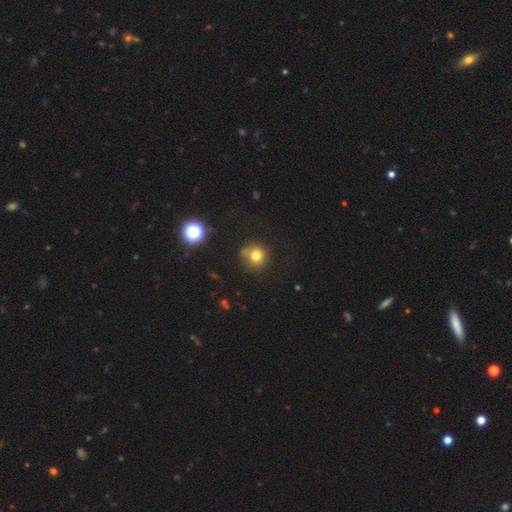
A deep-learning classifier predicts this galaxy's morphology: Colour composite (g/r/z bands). It shows a smooth galaxy with no disk features (76%) that is round (91%). Merging: none (71%).